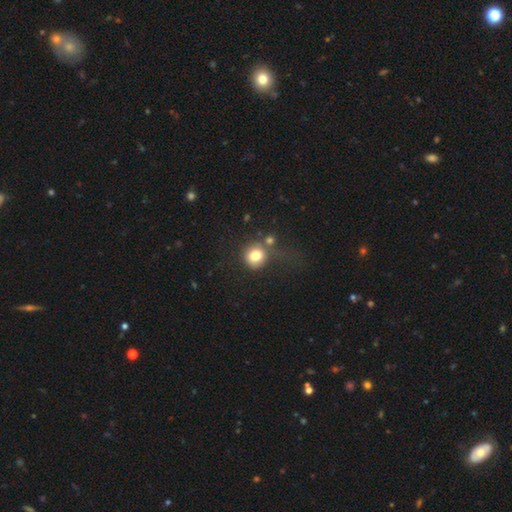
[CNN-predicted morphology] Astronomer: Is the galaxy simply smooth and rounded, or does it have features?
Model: smooth — 77%.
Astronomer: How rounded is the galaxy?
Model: round — 87%.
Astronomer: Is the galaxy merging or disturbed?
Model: none — 56%.